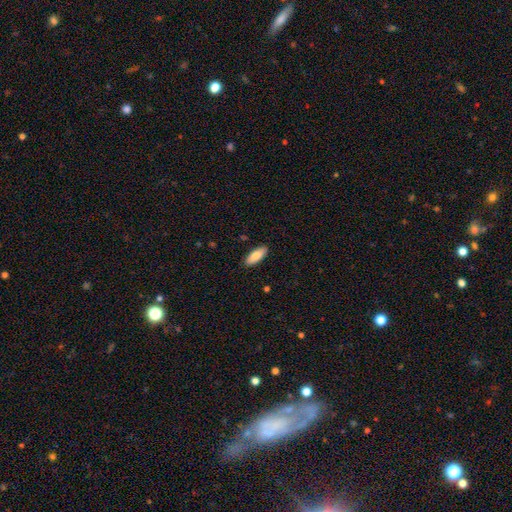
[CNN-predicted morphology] Smooth or featured? Predicted: smooth (p=0.79). How rounded? Predicted: in between (p=0.75). Merging? Predicted: none (p=0.89).